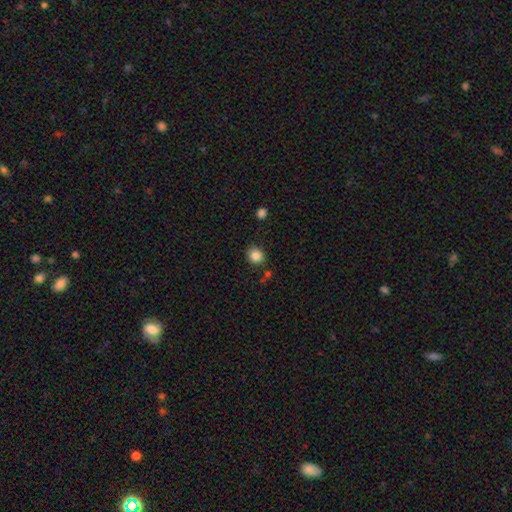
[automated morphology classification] The model was most divided on "how rounded": round: 82%, in between: 17%, cigar-shaped: 1%. More confident: smooth or featured — smooth (85%); merging — none (83%).